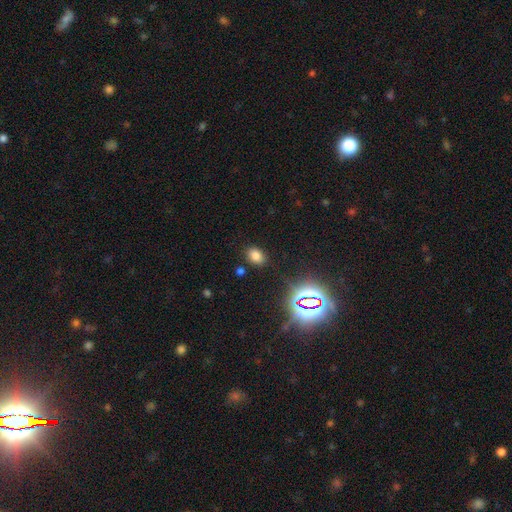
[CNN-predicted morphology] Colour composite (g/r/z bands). It shows a smooth galaxy with no disk features (73%) that is in between round and cigar-shaped (71%). Merging: none (85%).